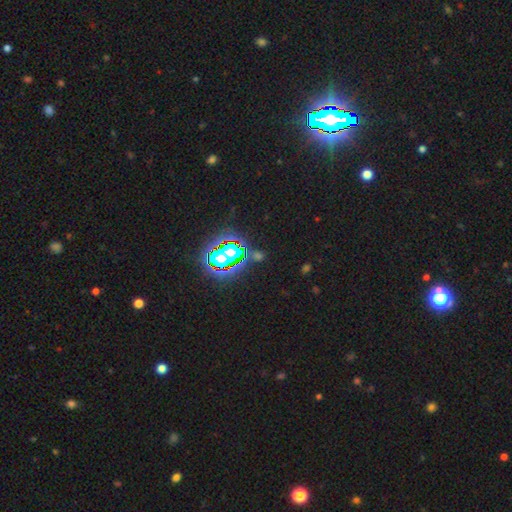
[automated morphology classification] Smooth or featured? Predicted: star or artifact (p=0.72).